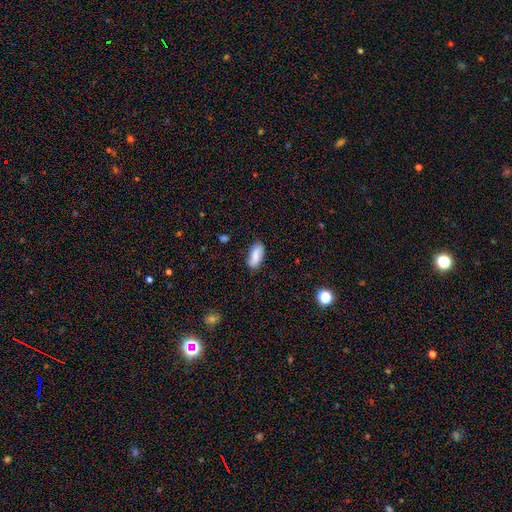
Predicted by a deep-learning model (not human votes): This is clearly a smooth galaxy (82%). How rounded: clearly in between (87%). Merging: clearly none (82%).